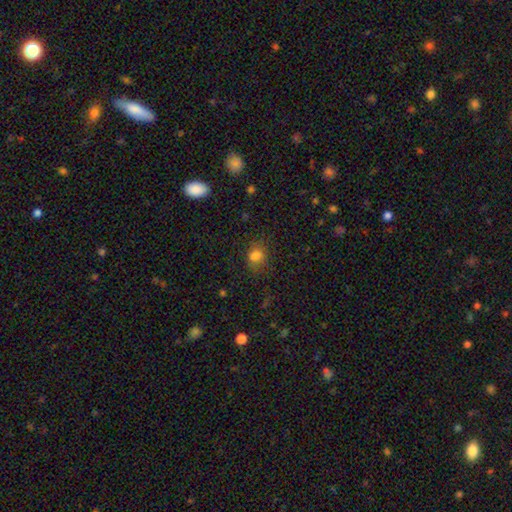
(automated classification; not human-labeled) smooth 76%, star or artifact 17%, featured or disk 7%. Down the decision tree: how rounded — round (61%); merging — none (65%).